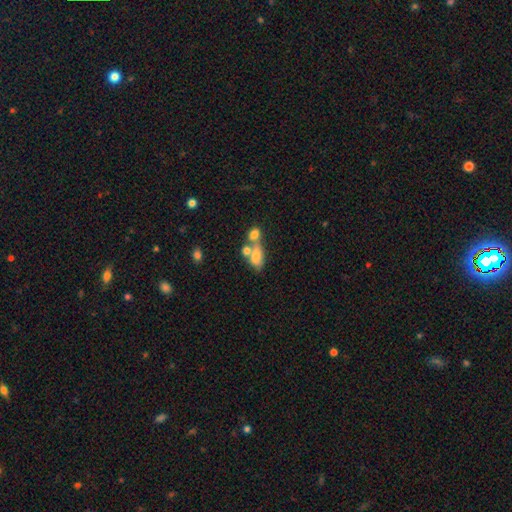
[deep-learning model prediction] smooth-or-featured: smooth: 69% | featured or disk: 21% | star or artifact: 10%
  how-rounded: in between: 80% | round: 12% | cigar-shaped: 8%
  merging: merger: 54% | none: 27% | minor disturbance: 11% | major disturbance: 8%